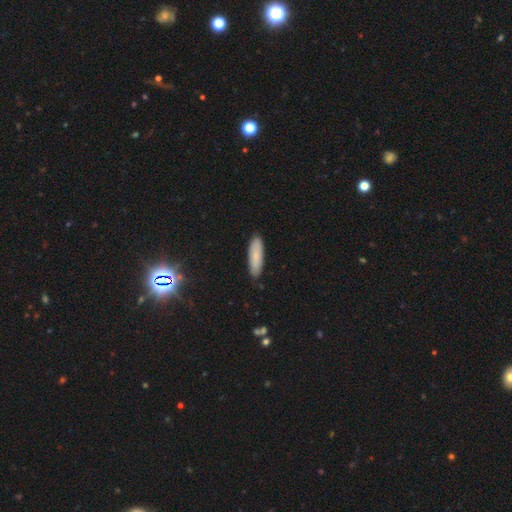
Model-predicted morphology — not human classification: Smooth or featured?
  - smooth: 82% *
  - featured or disk: 11%
  - star or artifact: 8%
How rounded?
  - cigar-shaped: 56% *
  - in between: 42%
  - round: 2%
Merging?
  - none: 88% *
  - minor disturbance: 9%
  - major disturbance: 2%
  - merger: 1%